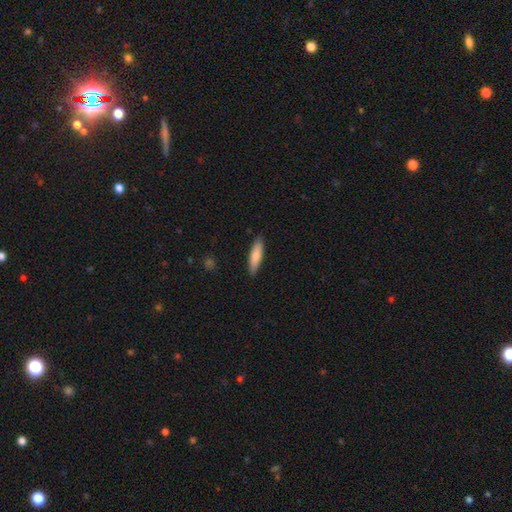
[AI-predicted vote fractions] smooth_or_featured: smooth (p=0.78) [alt: featured or disk p=0.16]
how_rounded: cigar-shaped (p=0.65) [alt: in between p=0.34]
merging: none (p=0.86) [alt: minor disturbance p=0.11]